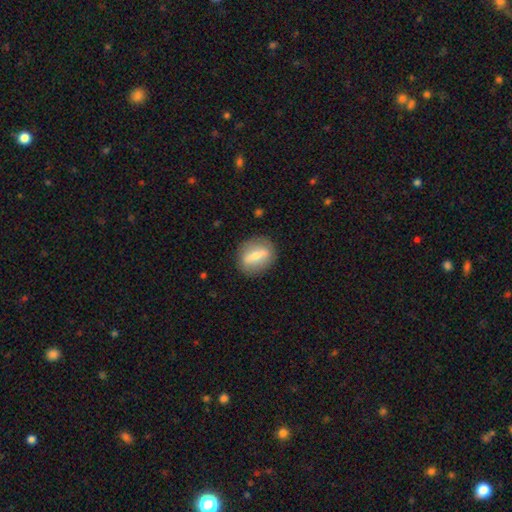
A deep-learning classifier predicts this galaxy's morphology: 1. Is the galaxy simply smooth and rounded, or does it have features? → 50% smooth, 42% featured or disk, 7% star or artifact.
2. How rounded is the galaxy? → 55% in between, 38% round, 7% cigar-shaped.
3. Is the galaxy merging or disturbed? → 82% none, 12% minor disturbance, 4% major disturbance, 1% merger.